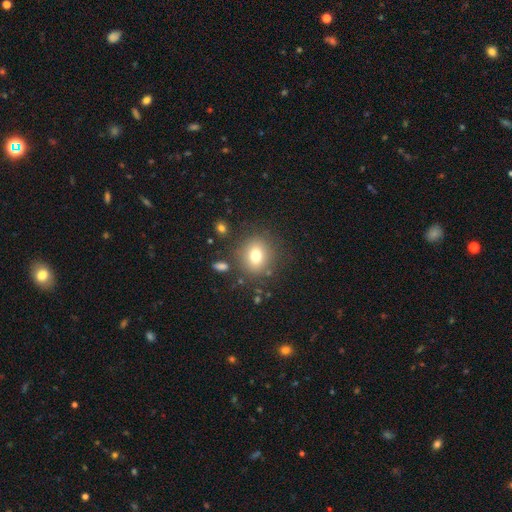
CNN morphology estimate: Smooth or featured?
  - smooth: 75% *
  - featured or disk: 13%
  - star or artifact: 12%
How rounded?
  - round: 68% *
  - in between: 31%
  - cigar-shaped: 1%
Merging?
  - none: 81% *
  - minor disturbance: 10%
  - major disturbance: 5%
  - merger: 4%